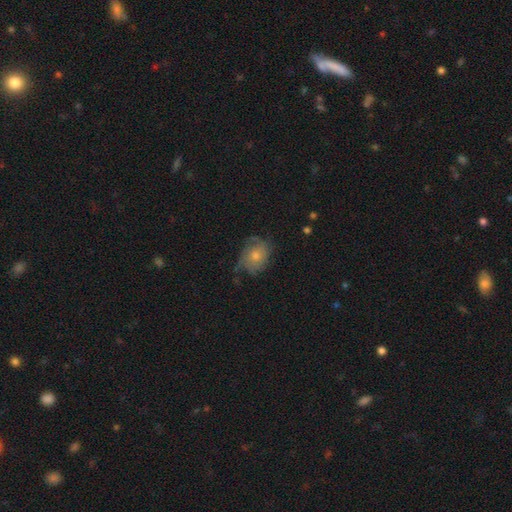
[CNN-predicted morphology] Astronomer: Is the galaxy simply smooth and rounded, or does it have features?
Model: featured or disk — 46% (runner-up: smooth, 45%).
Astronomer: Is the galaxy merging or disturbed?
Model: none — 51% (runner-up: minor disturbance, 30%).